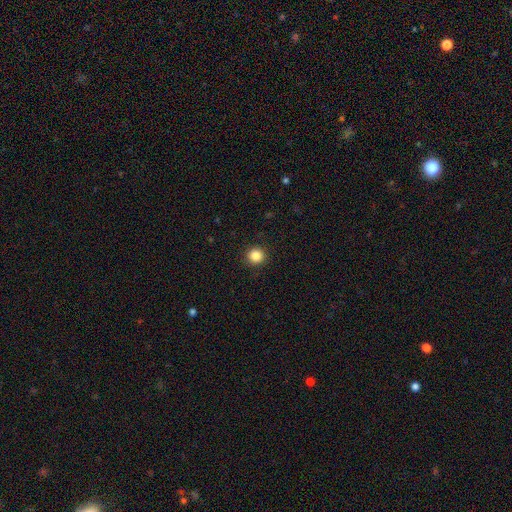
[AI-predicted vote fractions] A smooth galaxy with no disk features (86%) that is round (93%).

Vote fractions:
- Smooth or featured? smooth: 86% / star or artifact: 10% / featured or disk: 4%
- How rounded? round: 93% / in between: 6% / cigar-shaped: 1%
- Merging? none: 92% / minor disturbance: 5% / major disturbance: 2% / merger: 1%